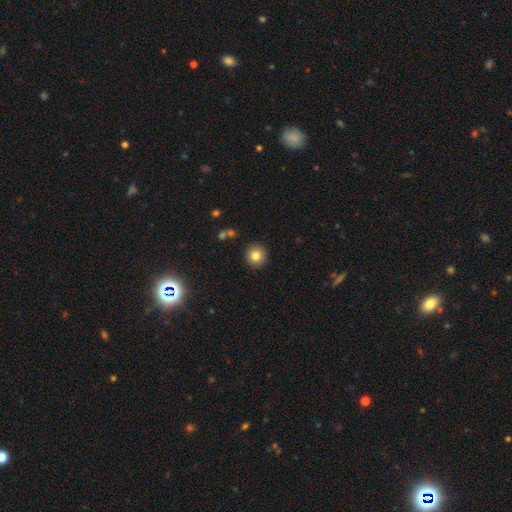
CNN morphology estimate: This is clearly a smooth galaxy (80%). How rounded: clearly round (91%). Merging: clearly none (90%).